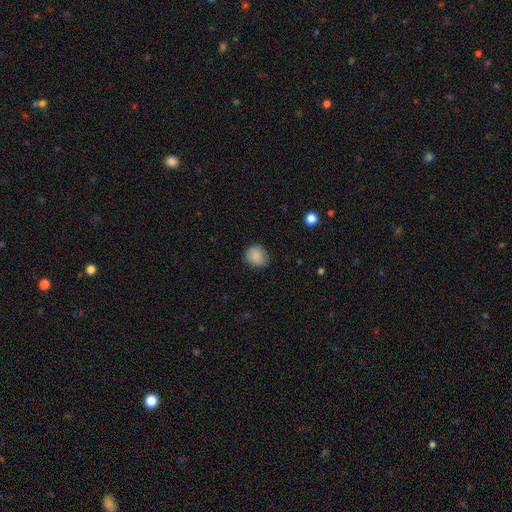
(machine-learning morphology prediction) Smooth or featured? Predicted: smooth (p=0.86). How rounded? Predicted: round (p=0.76). Merging? Predicted: none (p=0.76).